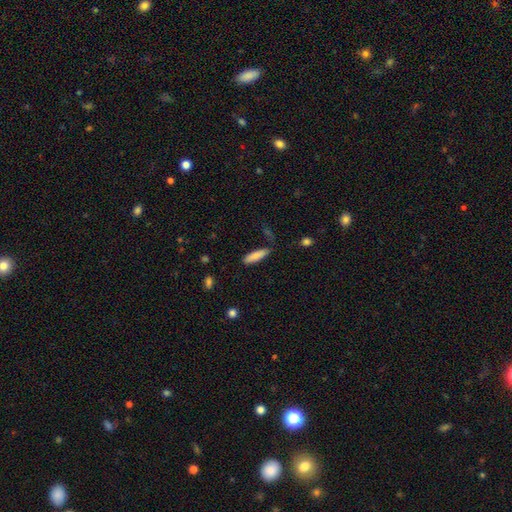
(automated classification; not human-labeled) Smooth or featured? smooth (85%)
How rounded? cigar-shaped (67%)
Merging? none (77%)